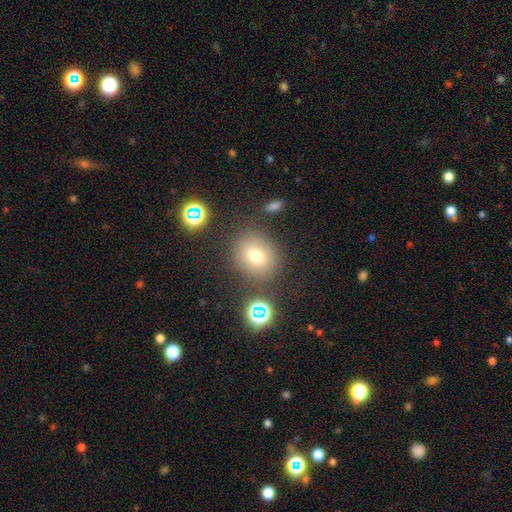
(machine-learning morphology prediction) A smooth galaxy with no disk features (71%) that is round (78%). Merging: none (80%).